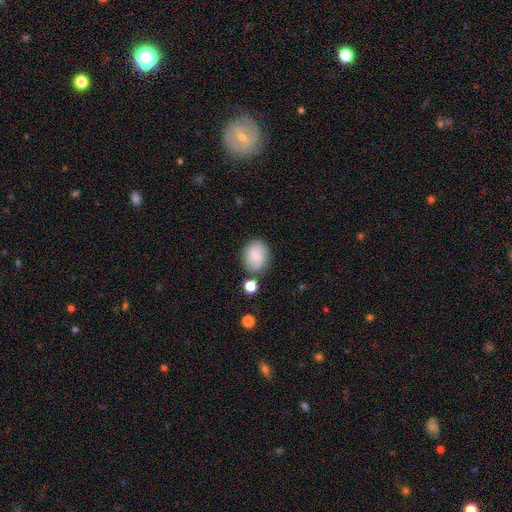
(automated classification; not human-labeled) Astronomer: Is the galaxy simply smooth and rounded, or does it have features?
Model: smooth — 58%.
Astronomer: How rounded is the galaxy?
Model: round — 57% (runner-up: in between, 42%).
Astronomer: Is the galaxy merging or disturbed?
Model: none — 75%.